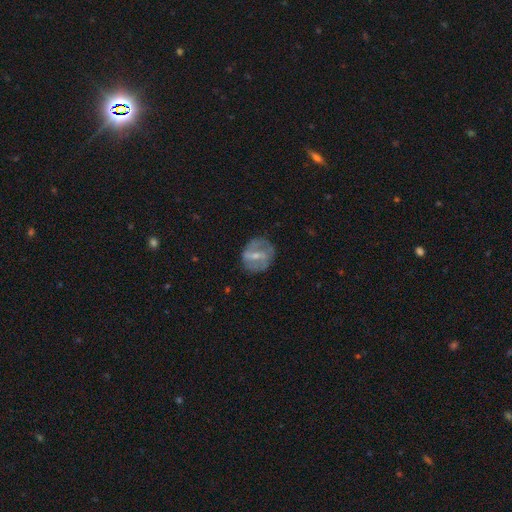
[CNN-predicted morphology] Q: Smooth or featured?
A: featured or disk (64%); runner-up: smooth (29%)
Q: Edge-on disk?
A: no (93%); runner-up: yes (7%)
Q: Bar?
A: strong (49%); runner-up: weak (37%)
Q: Spiral arms?
A: no (53%); runner-up: yes (47%)
Q: Bulge size?
A: small (53%); runner-up: moderate (38%)
Q: Merging?
A: none (73%); runner-up: minor disturbance (17%)